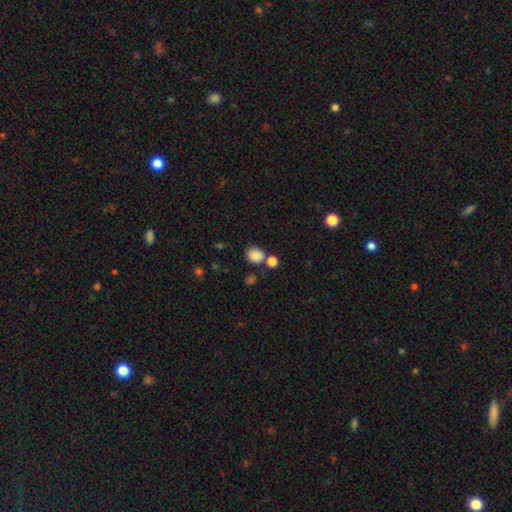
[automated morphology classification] Q: Smooth or featured?
A: smooth (85%); runner-up: star or artifact (10%)
Q: How rounded?
A: round (68%); runner-up: in between (31%)
Q: Merging?
A: none (65%); runner-up: merger (19%)